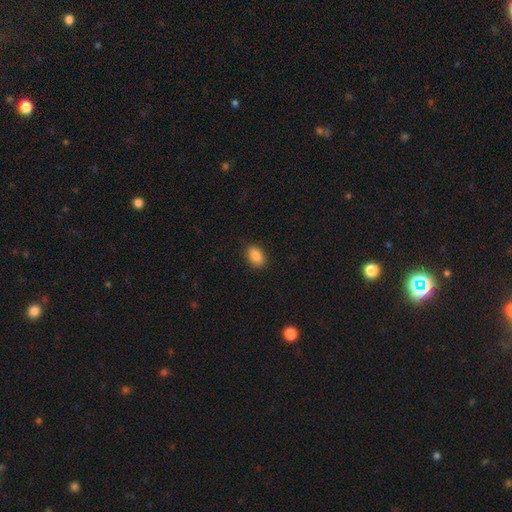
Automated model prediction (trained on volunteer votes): Smooth or featured?
  - smooth: 86% *
  - star or artifact: 8%
  - featured or disk: 6%
How rounded?
  - in between: 87% *
  - round: 11%
  - cigar-shaped: 2%
Merging?
  - none: 87% *
  - minor disturbance: 10%
  - major disturbance: 2%
  - merger: 1%